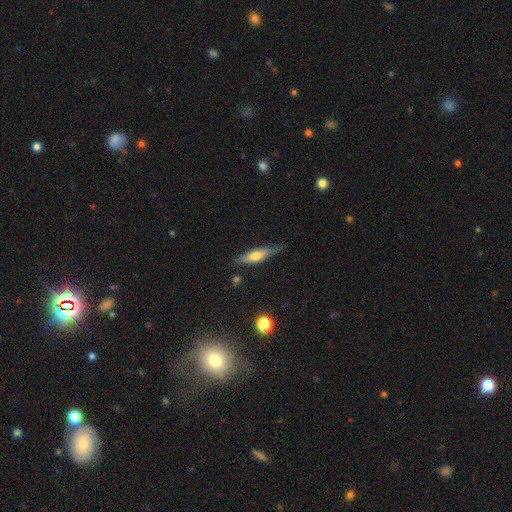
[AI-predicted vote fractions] Q: Smooth or featured?
A: smooth (49%); runner-up: featured or disk (44%)
Q: Merging?
A: none (73%); runner-up: minor disturbance (20%)